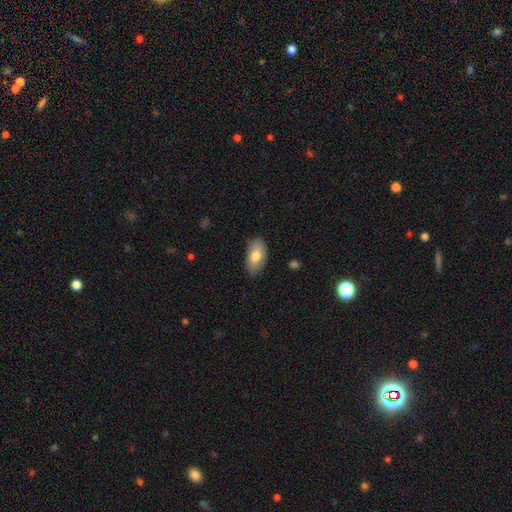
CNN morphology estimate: type=smooth (75%); roundness=in between (93%); merging=none (81%).